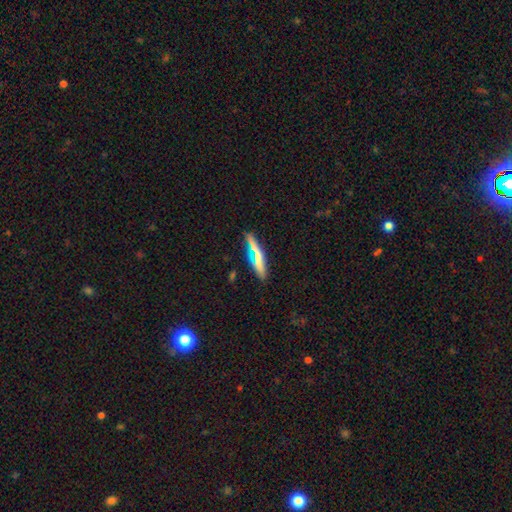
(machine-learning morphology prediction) A smooth galaxy with no disk features (59%) that is cigar-shaped (75%).

Vote fractions:
- Smooth or featured? smooth: 59% / featured or disk: 31% / star or artifact: 10%
- How rounded? cigar-shaped: 75% / in between: 21% / round: 4%
- Merging? none: 86% / minor disturbance: 10% / major disturbance: 2% / merger: 2%